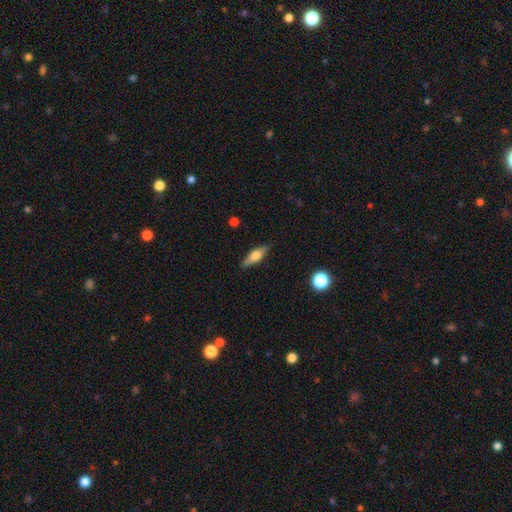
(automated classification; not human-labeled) Q: Smooth or featured?
A: smooth (50%); runner-up: featured or disk (44%)
Q: Merging?
A: none (86%); runner-up: minor disturbance (11%)